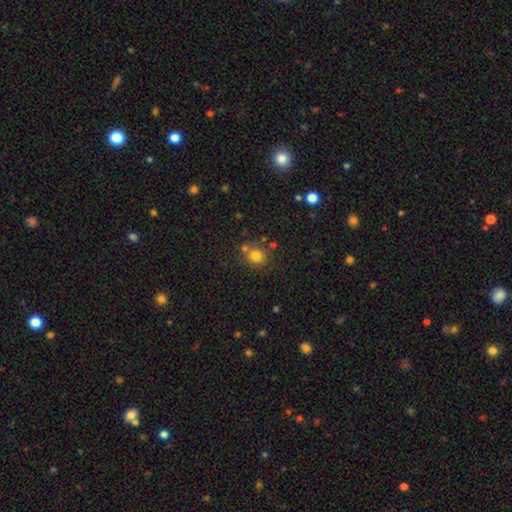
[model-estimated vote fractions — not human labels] This appears to be a smooth galaxy with no disk features (77%) that is round (87%). Merging: none (68%).